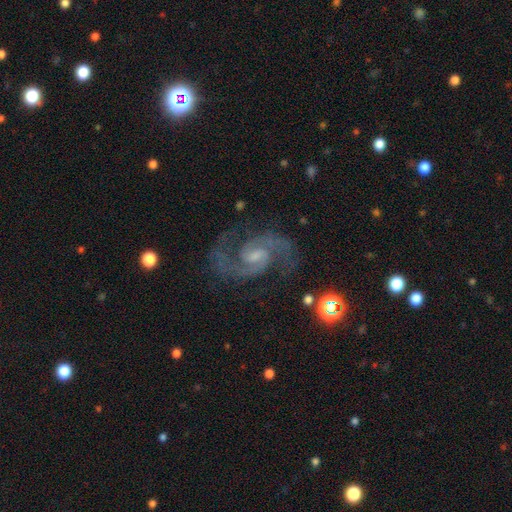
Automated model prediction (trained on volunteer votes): smooth-or-featured: featured or disk: 92% | star or artifact: 6% | smooth: 3%
  disk-edge-on: no: 98% | yes: 2%
    bar: weak: 52% | no: 35% | strong: 14%
    has-spiral-arms: yes: 98% | no: 2%
      spiral-winding: medium: 66% | tight: 18% | loose: 17%
      spiral-arm-count: 2: 94% | can't tell: 2% | 3: 1% | 1: 1% | 4: 1% | more than 4: 1%
    bulge-size: small: 53% | moderate: 32% | none: 10% | large: 3% | dominant: 1%
  merging: none: 82% | minor disturbance: 12% | major disturbance: 5% | merger: 1%